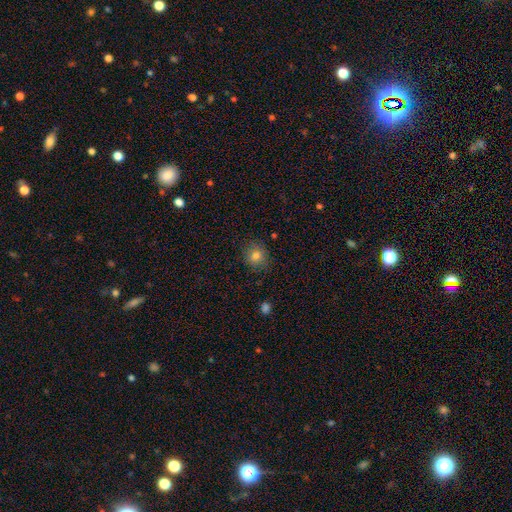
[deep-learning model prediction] smooth 80%, star or artifact 12%, featured or disk 8%. Down the decision tree: how rounded — round (82%); merging — none (85%).